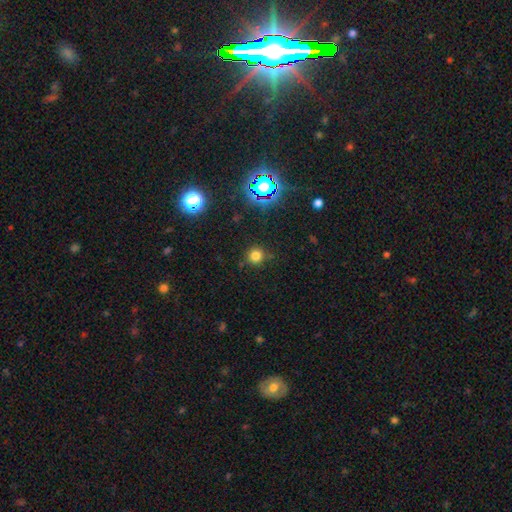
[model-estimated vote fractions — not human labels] The model was most divided on "smooth or featured": smooth: 75%, star or artifact: 20%, featured or disk: 6%. More confident: how rounded — round (93%); merging — none (84%).